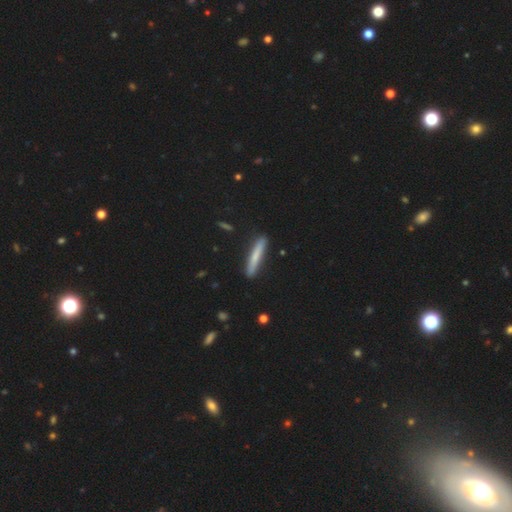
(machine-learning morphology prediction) This appears to be a smooth galaxy with no disk features (65%) that is cigar-shaped (95%). Merging: none (88%).